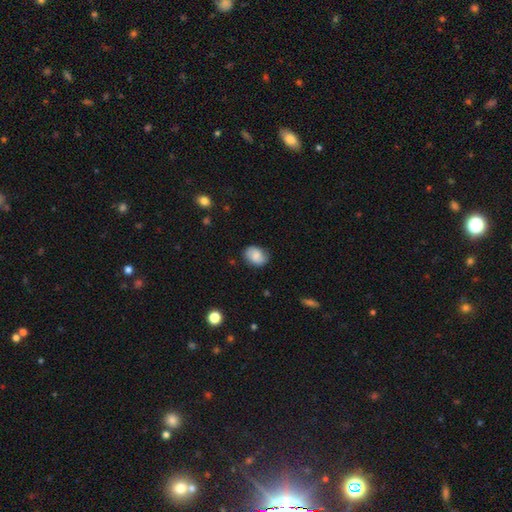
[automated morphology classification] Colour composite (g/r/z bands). It shows a smooth galaxy with no disk features (76%) that is in between round and cigar-shaped (64%). Merging: none (76%).